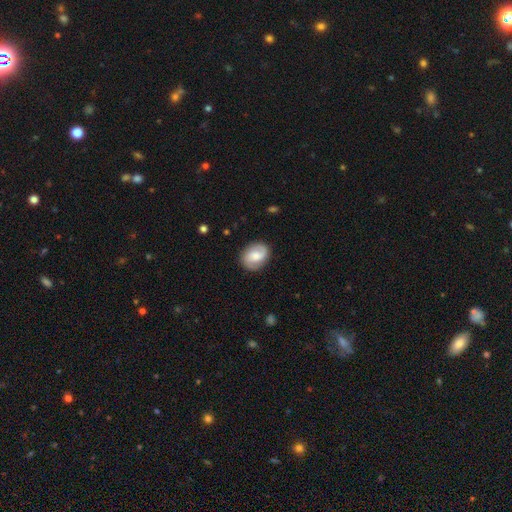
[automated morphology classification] A featured or disk galaxy (56%) with a weak bar (45%), spiral arms (90%) and a moderate central bulge (48%).

Vote fractions:
- Smooth or featured? featured or disk: 56% / smooth: 37% / star or artifact: 7%
- Edge-on disk? no: 97% / yes: 3%
- Bar? weak: 45% / no: 44% / strong: 11%
- Spiral arms? yes: 90% / no: 10%
- Bulge size? moderate: 48% / small: 24% / large: 18% / none: 8% / dominant: 3%
- Merging? none: 83% / minor disturbance: 12% / major disturbance: 4% / merger: 1%